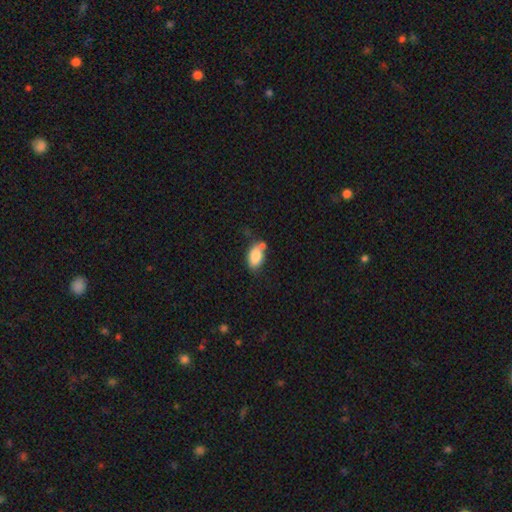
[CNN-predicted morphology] Smooth or featured? smooth (82%)
How rounded? in between (89%)
Merging? none (53%)